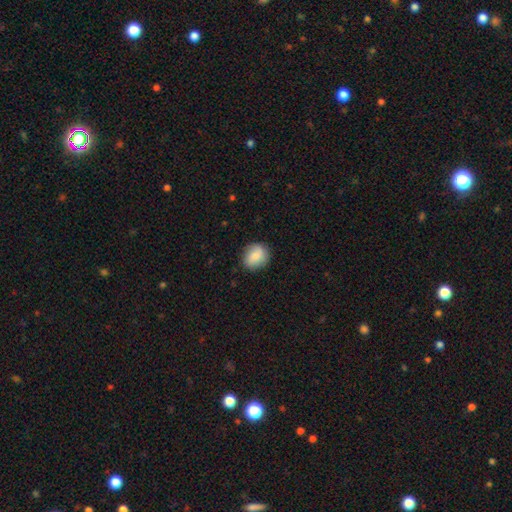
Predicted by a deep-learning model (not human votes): Smooth or featured? smooth (84%)
How rounded? round (69%)
Merging? none (85%)